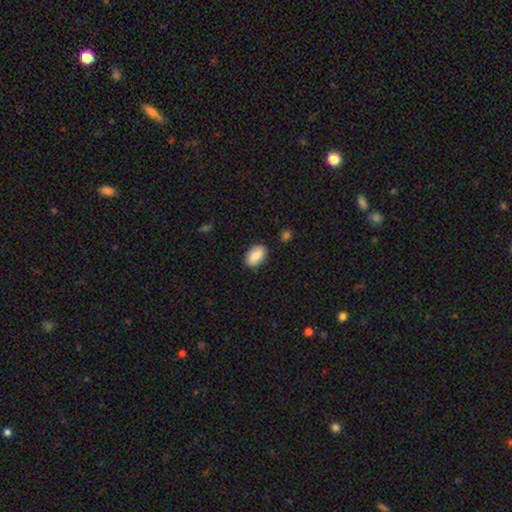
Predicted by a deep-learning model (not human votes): Smooth or featured?
  - smooth: 86% *
  - featured or disk: 8%
  - star or artifact: 7%
How rounded?
  - in between: 92% *
  - round: 5%
  - cigar-shaped: 2%
Merging?
  - none: 85% *
  - minor disturbance: 11%
  - major disturbance: 2%
  - merger: 2%